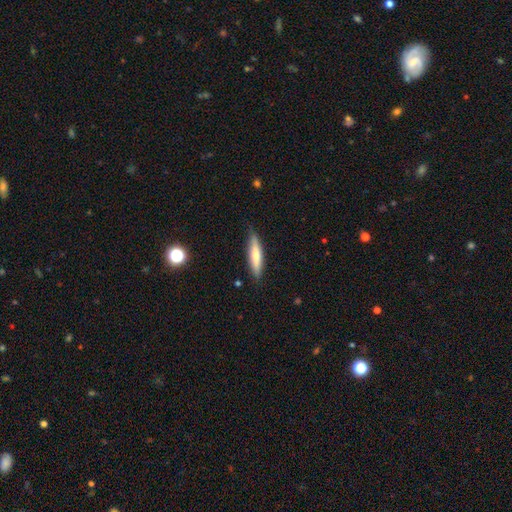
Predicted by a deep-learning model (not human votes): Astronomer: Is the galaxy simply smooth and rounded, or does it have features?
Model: smooth — 65%.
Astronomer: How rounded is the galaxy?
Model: cigar-shaped — 81%.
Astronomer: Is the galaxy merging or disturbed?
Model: none — 82%.